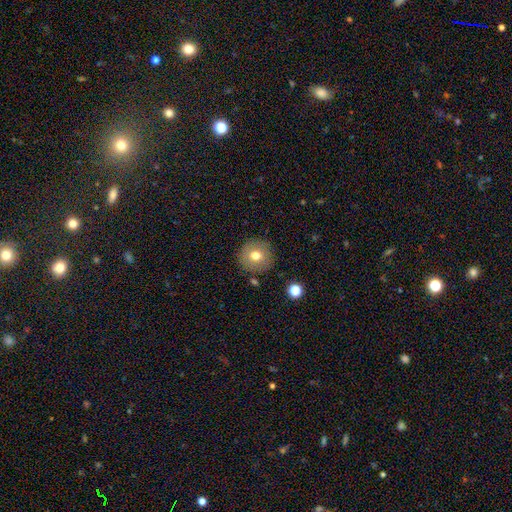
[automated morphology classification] Smooth or featured: smooth — 72% (featured or disk — 17%)
How rounded: round — 94% (in between — 5%)
Merging: none — 87% (minor disturbance — 8%)